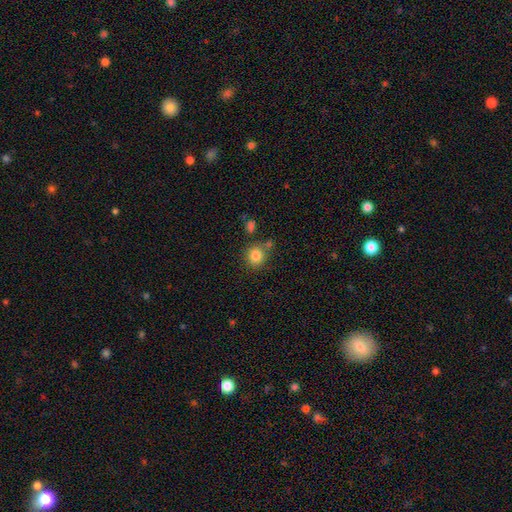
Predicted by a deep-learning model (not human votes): Q: Smooth or featured?
A: smooth (84%); runner-up: star or artifact (10%)
Q: How rounded?
A: round (82%); runner-up: in between (17%)
Q: Merging?
A: none (74%); runner-up: minor disturbance (12%)